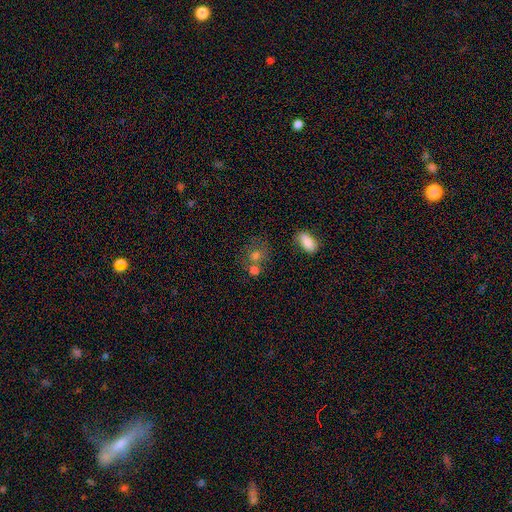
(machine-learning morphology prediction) The model was most divided on "merging": none: 47%, merger: 35%, minor disturbance: 11%, major disturbance: 6%. More confident: how rounded — round (73%); smooth or featured — smooth (65%).